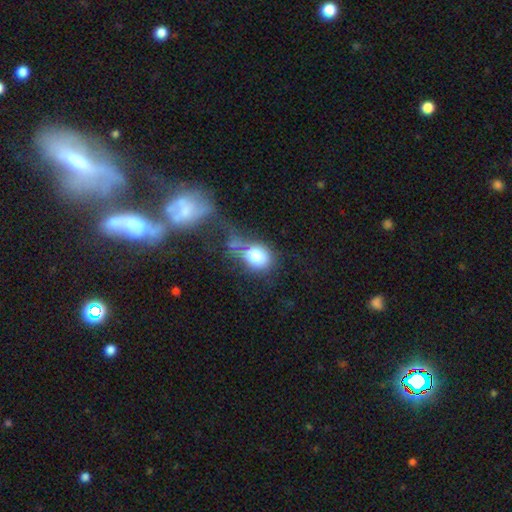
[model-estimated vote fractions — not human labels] The model was most divided on "merging": major disturbance: 30%, none: 26%, merger: 24%, minor disturbance: 20%. More confident: smooth or featured — smooth (72%); how rounded — in between (60%).